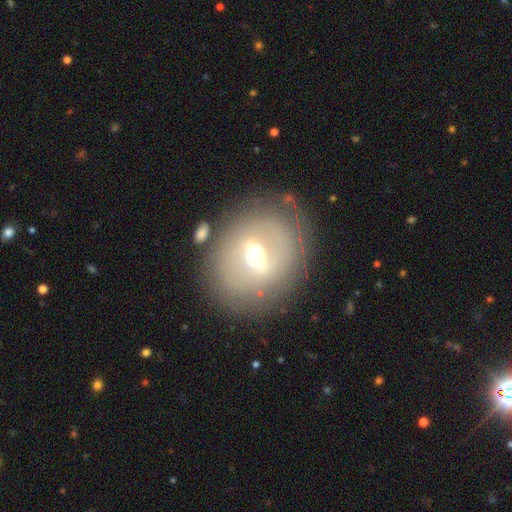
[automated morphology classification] This is likely a featured or disk galaxy (65%). It is clearly not viewed edge-on (89%). Bar: possibly weak (45%). Spiral arm pattern: likely no (65%). Central bulge: likely moderate (65%). Merging: likely none (78%).